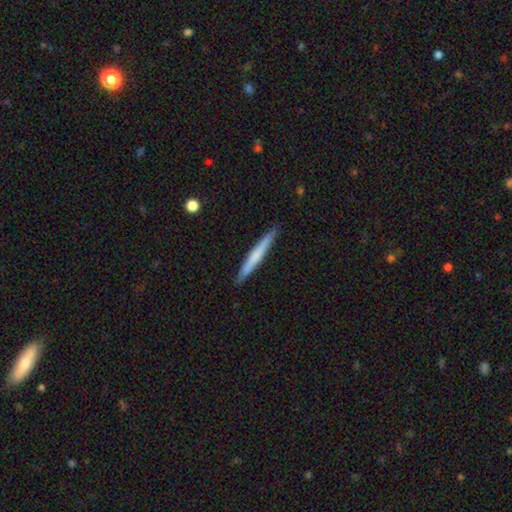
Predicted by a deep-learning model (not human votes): This appears to be a smooth galaxy with no disk features (58%) that is cigar-shaped (97%). Merging: none (91%).